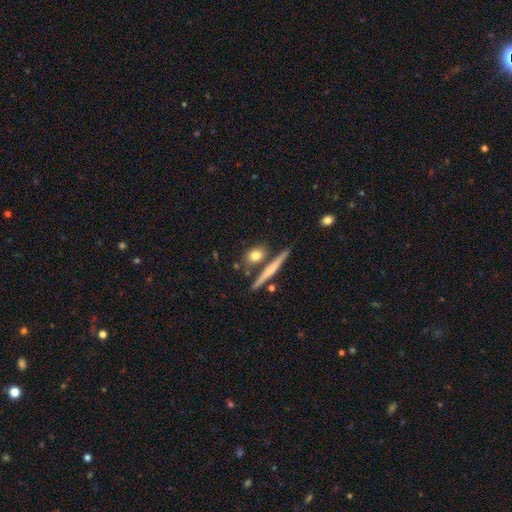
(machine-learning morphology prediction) smooth_or_featured: smooth (p=0.73) [alt: featured or disk p=0.20]
how_rounded: in between (p=0.35) [tied with: round p=0.35]
merging: none (p=0.69) [alt: merger p=0.16]